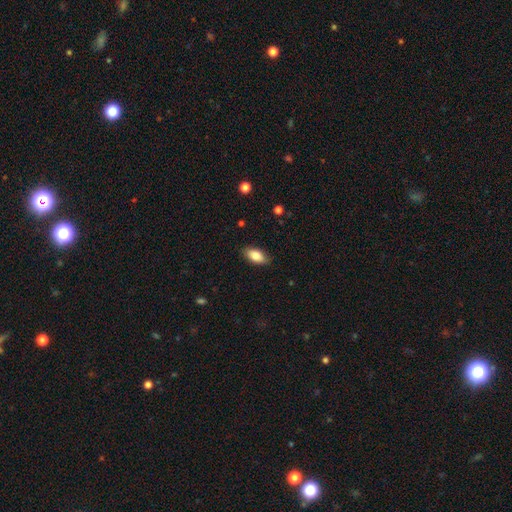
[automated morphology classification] Smooth or featured? Predicted: smooth (p=0.83). How rounded? Predicted: in between (p=0.91). Merging? Predicted: none (p=0.86).